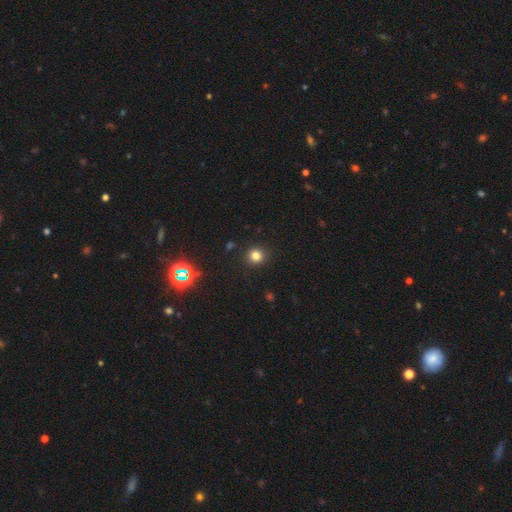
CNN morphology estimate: smooth-or-featured: smooth: 79% | star or artifact: 16% | featured or disk: 5%
  how-rounded: round: 93% | in between: 6% | cigar-shaped: 1%
  merging: none: 91% | minor disturbance: 5% | major disturbance: 2% | merger: 1%